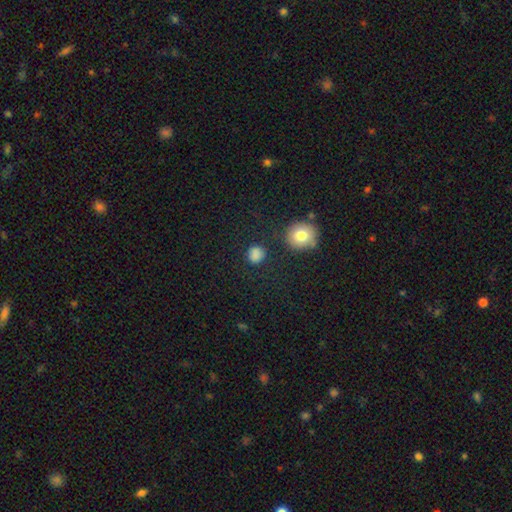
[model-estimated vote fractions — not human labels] Smooth or featured?
  - smooth: 84% *
  - star or artifact: 12%
  - featured or disk: 4%
How rounded?
  - round: 84% *
  - in between: 15%
  - cigar-shaped: 1%
Merging?
  - none: 83% *
  - minor disturbance: 10%
  - major disturbance: 4%
  - merger: 3%